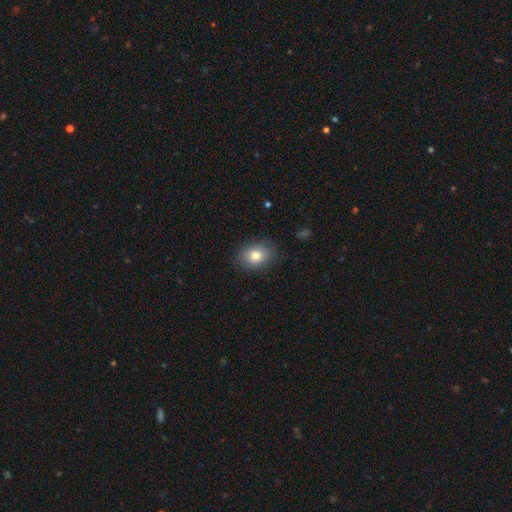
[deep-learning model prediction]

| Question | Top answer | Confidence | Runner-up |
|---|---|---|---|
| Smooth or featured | smooth | 80% | featured or disk (12%) |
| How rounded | in between | 67% | round (32%) |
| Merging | none | 84% | minor disturbance (12%) |